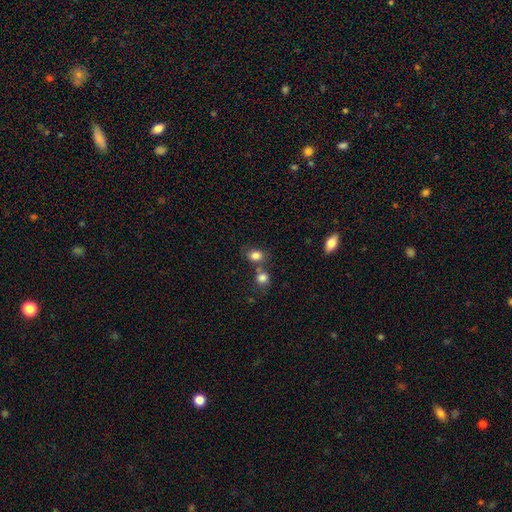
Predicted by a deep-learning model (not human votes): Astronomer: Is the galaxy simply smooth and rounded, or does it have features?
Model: smooth — 82%.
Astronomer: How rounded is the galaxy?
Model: in between — 56% (runner-up: round, 43%).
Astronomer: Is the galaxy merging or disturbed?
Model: none — 52% (runner-up: merger, 32%).